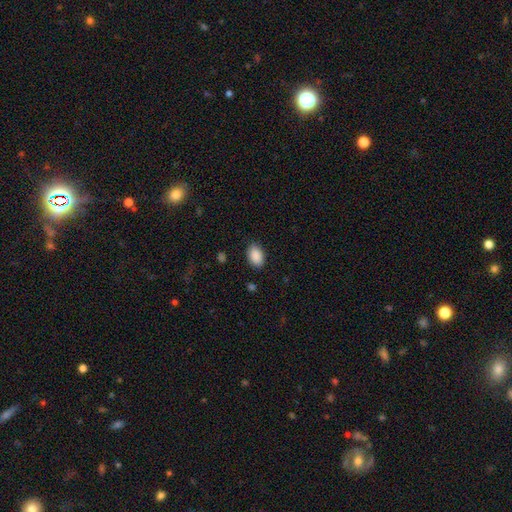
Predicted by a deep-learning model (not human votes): Q: Smooth or featured?
A: smooth (90%); runner-up: star or artifact (7%)
Q: How rounded?
A: in between (89%); runner-up: round (10%)
Q: Merging?
A: none (86%); runner-up: minor disturbance (11%)